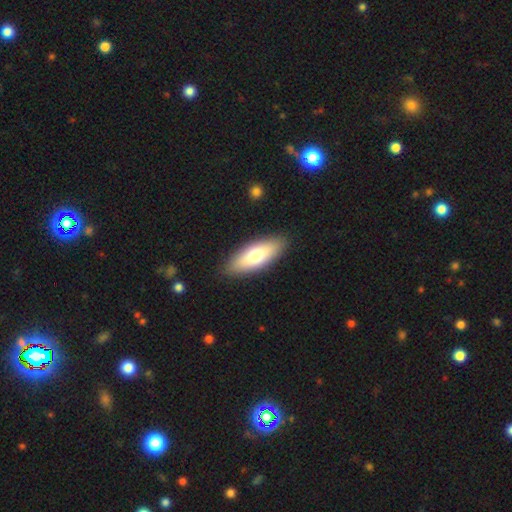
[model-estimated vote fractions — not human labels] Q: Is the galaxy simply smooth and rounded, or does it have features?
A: smooth — 71%.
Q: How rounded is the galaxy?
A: in between — 71%.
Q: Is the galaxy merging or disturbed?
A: none — 89%.